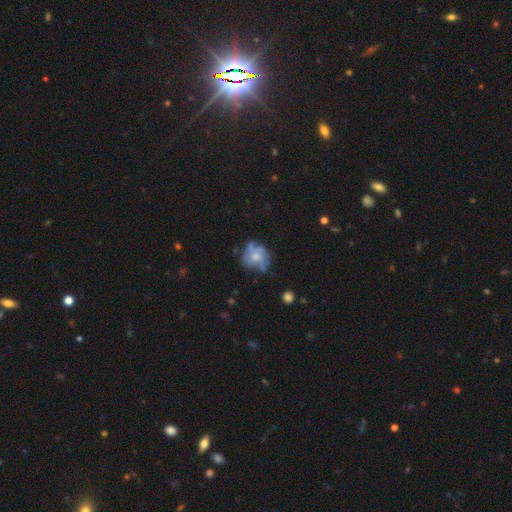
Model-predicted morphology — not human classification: Smooth or featured? featured or disk (52%)
Edge-on disk? no (97%)
Bar? no (82%)
Spiral arms? no (55%)
Bulge size? moderate (48%)
Merging? none (49%)